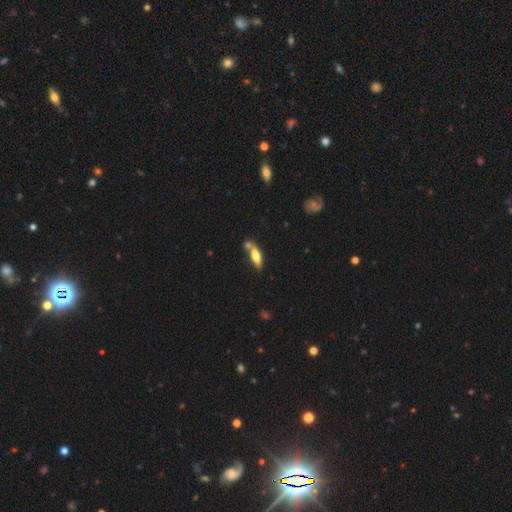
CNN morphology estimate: Q: Smooth or featured?
A: smooth (67%); runner-up: featured or disk (27%)
Q: How rounded?
A: in between (51%); runner-up: cigar-shaped (47%)
Q: Merging?
A: none (49%); runner-up: merger (30%)